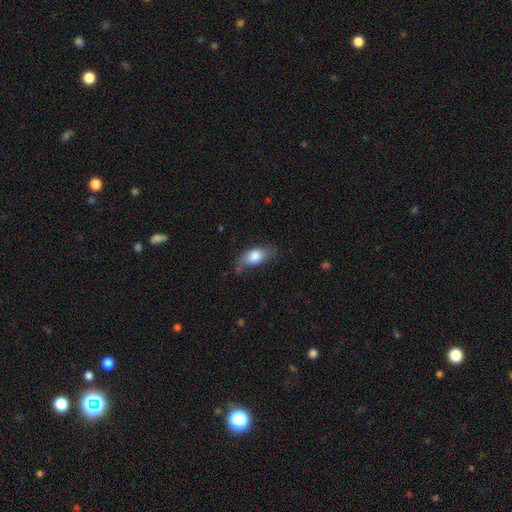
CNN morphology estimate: Smooth or featured: smooth — 77% (featured or disk — 16%)
How rounded: in between — 85% (cigar-shaped — 9%)
Merging: none — 55% (minor disturbance — 32%)